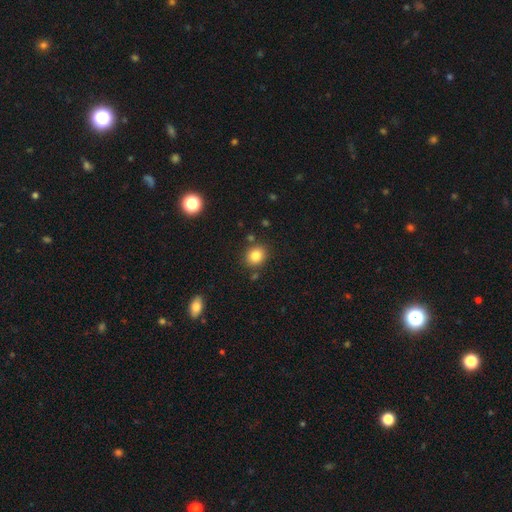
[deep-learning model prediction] Morphology: type=smooth (83%); roundness=round (70%); merging=none (83%).